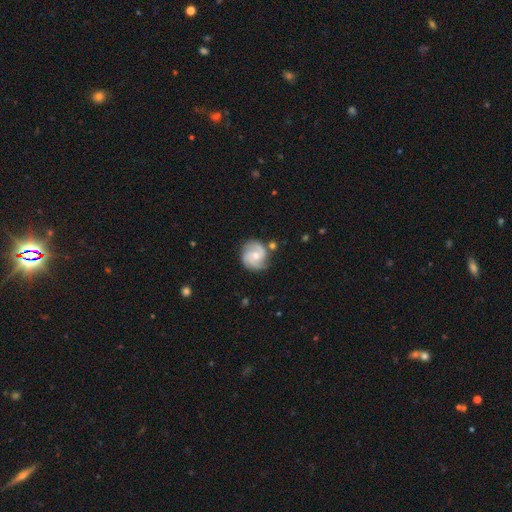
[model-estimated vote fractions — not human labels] smooth-or-featured: featured or disk: 77% | smooth: 17% | star or artifact: 6%
  disk-edge-on: no: 98% | yes: 2%
    bar: no: 61% | weak: 33% | strong: 6%
    has-spiral-arms: yes: 95% | no: 5%
      spiral-winding: medium: 45% | tight: 40% | loose: 14%
      spiral-arm-count: 2: 46% | 3: 34% | can't tell: 10% | 4: 4% | 1: 3% | more than 4: 3%
    bulge-size: moderate: 55% | small: 41% | large: 2% | none: 1% | dominant: 1%
  merging: none: 75% | minor disturbance: 16% | merger: 5% | major disturbance: 4%